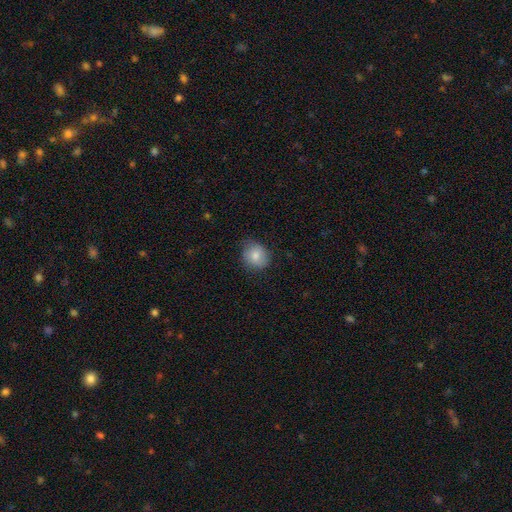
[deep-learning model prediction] Smooth or featured?
  - smooth: 81% *
  - featured or disk: 11%
  - star or artifact: 8%
How rounded?
  - round: 75% *
  - in between: 24%
  - cigar-shaped: 1%
Merging?
  - none: 77% *
  - minor disturbance: 18%
  - major disturbance: 4%
  - merger: 1%